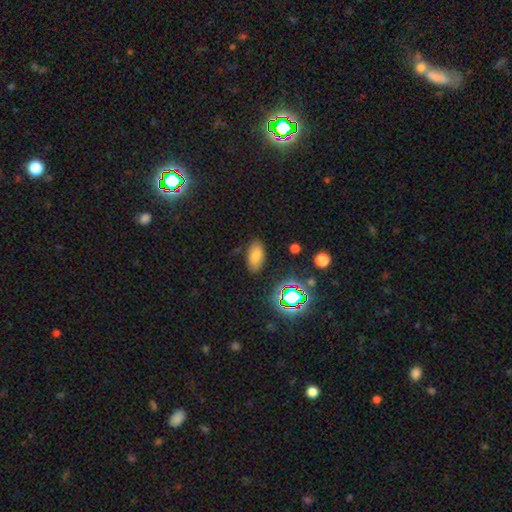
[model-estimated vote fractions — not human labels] Morphology: type=smooth (76%); roundness=in between (92%); merging=none (82%).